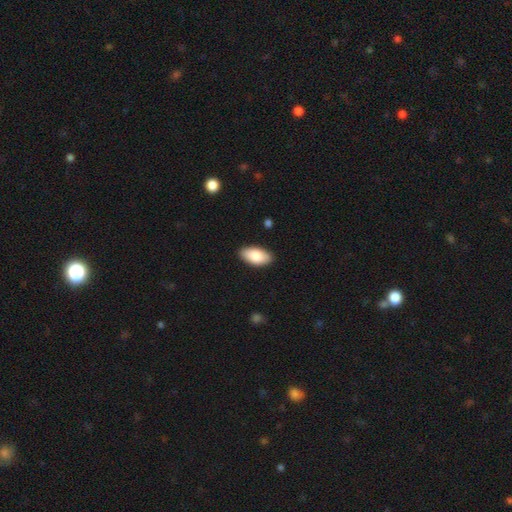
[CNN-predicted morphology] The model was most divided on "smooth or featured": smooth: 85%, featured or disk: 9%, star or artifact: 6%. More confident: how rounded — in between (94%); merging — none (89%).